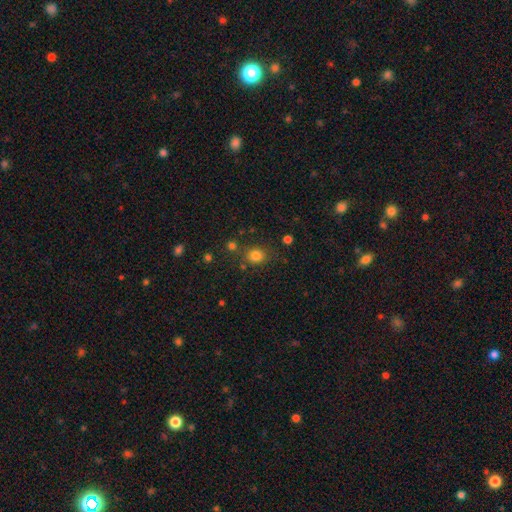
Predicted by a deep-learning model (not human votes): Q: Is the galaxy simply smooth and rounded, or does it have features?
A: smooth — 80%.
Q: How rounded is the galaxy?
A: round — 73%.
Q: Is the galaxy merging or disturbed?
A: none — 77%.